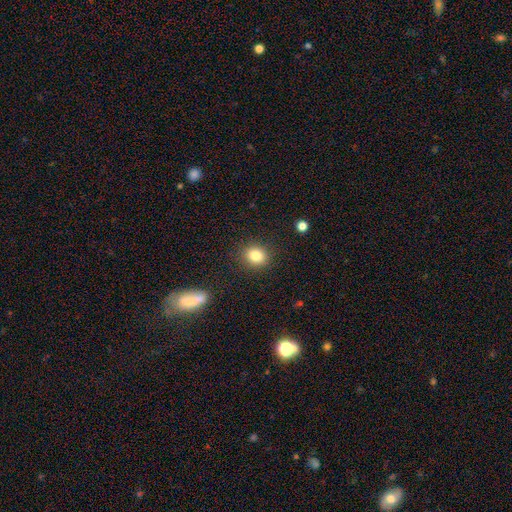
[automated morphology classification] This is clearly a smooth galaxy (83%). How rounded: likely round (71%). Merging: clearly none (88%).